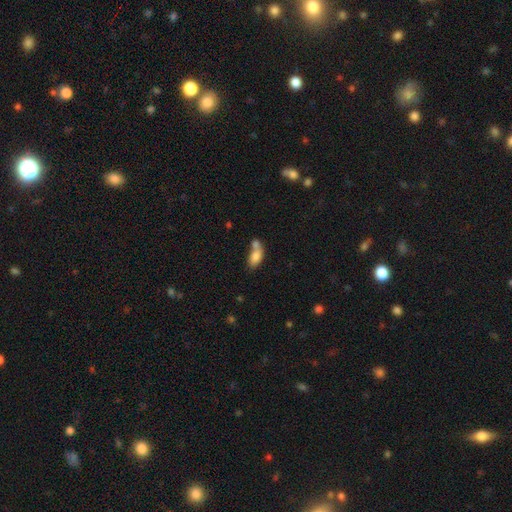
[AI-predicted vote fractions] smooth 79%, featured or disk 13%, star or artifact 8%. Down the decision tree: how rounded — in between (88%); merging — merger (57%).